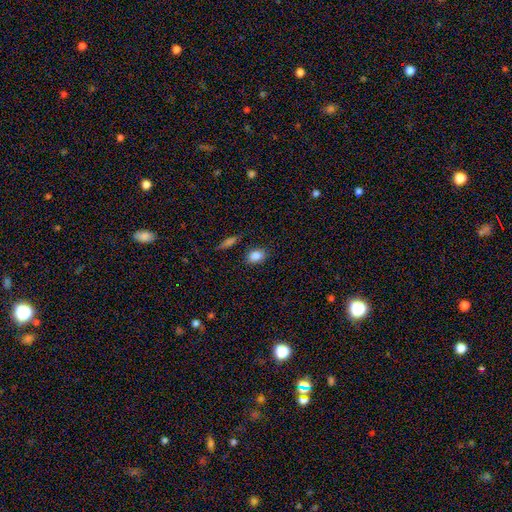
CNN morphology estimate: Smooth or featured? Predicted: smooth (p=0.85). How rounded? Predicted: in between (p=0.72). Merging? Predicted: none (p=0.83).